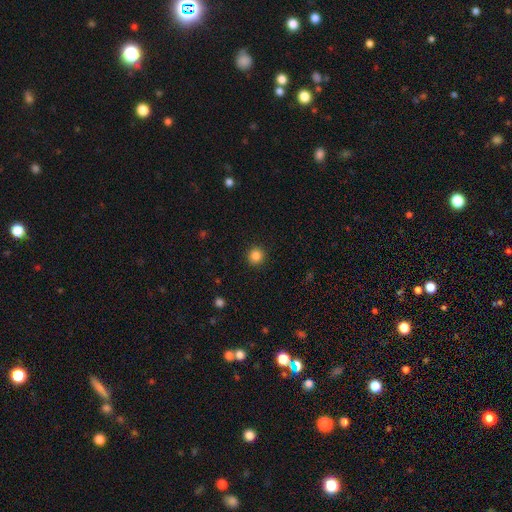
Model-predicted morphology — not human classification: Smooth or featured?
  - smooth: 85% *
  - star or artifact: 11%
  - featured or disk: 4%
How rounded?
  - round: 94% *
  - in between: 5%
  - cigar-shaped: 1%
Merging?
  - none: 92% *
  - minor disturbance: 5%
  - major disturbance: 2%
  - merger: 1%